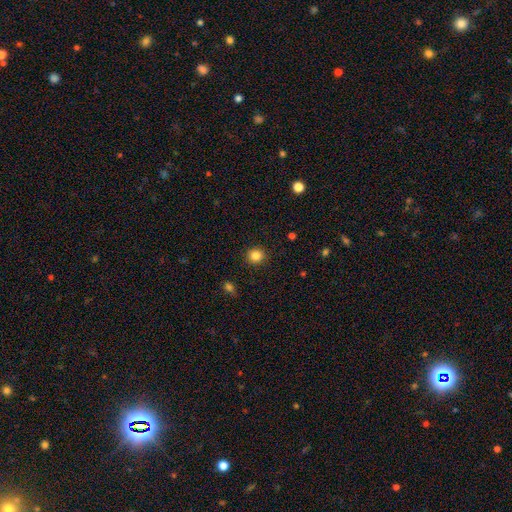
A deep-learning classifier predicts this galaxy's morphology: smooth-or-featured: smooth: 84% | star or artifact: 11% | featured or disk: 5%
  how-rounded: round: 88% | in between: 11% | cigar-shaped: 1%
  merging: none: 91% | minor disturbance: 6% | major disturbance: 2% | merger: 1%